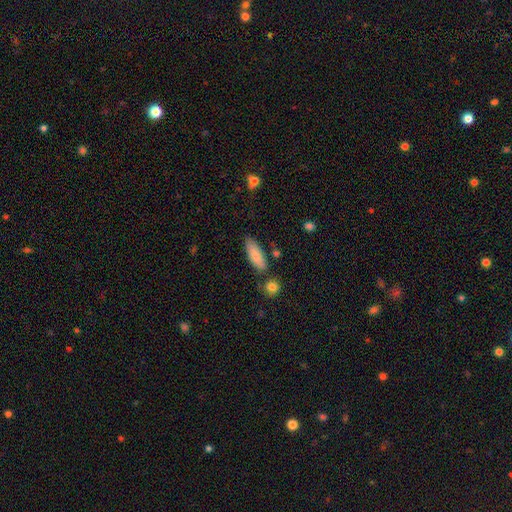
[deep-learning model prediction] smooth-or-featured: smooth: 86% | featured or disk: 8% | star or artifact: 6%
  how-rounded: in between: 66% | cigar-shaped: 32% | round: 2%
  merging: none: 75% | minor disturbance: 16% | merger: 6% | major disturbance: 4%